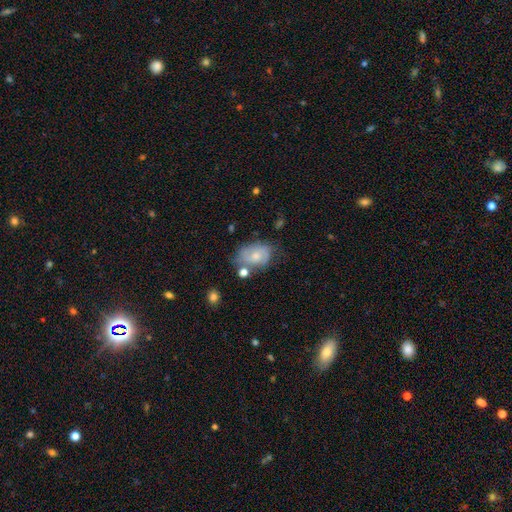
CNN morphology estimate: Smooth or featured?
  - smooth: 49% *
  - featured or disk: 42%
  - star or artifact: 8%
Merging?
  - none: 49% *
  - minor disturbance: 28%
  - major disturbance: 12%
  - merger: 11%